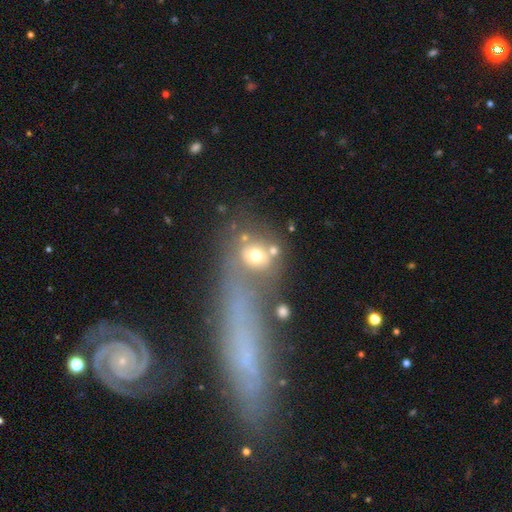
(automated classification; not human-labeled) smooth-or-featured: smooth: 60% | featured or disk: 25% | star or artifact: 16%
  how-rounded: round: 66% | in between: 32% | cigar-shaped: 2%
  merging: none: 36% (tied) | merger: 36% (tied) | major disturbance: 15% | minor disturbance: 13%